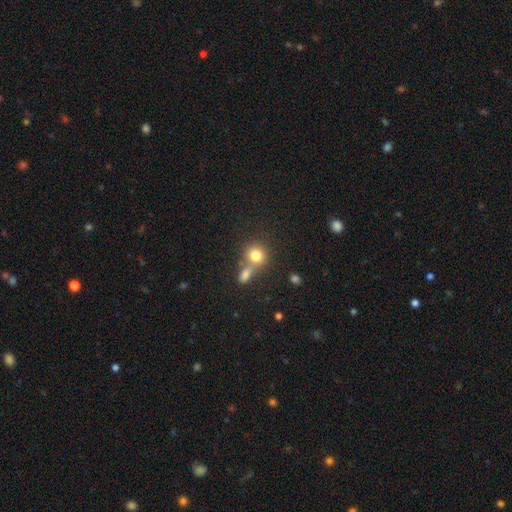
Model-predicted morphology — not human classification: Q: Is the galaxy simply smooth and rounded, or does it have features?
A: smooth — 79%.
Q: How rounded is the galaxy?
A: round — 80%.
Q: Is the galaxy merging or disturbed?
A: none — 46%.